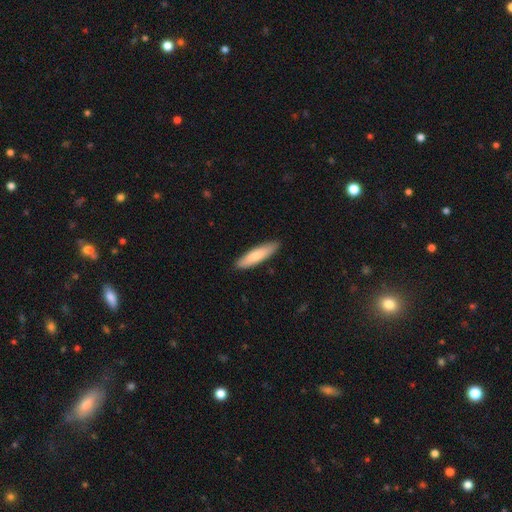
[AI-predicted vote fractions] smooth 78%, featured or disk 17%, star or artifact 5%. Down the decision tree: how rounded — cigar-shaped (74%); merging — none (88%).